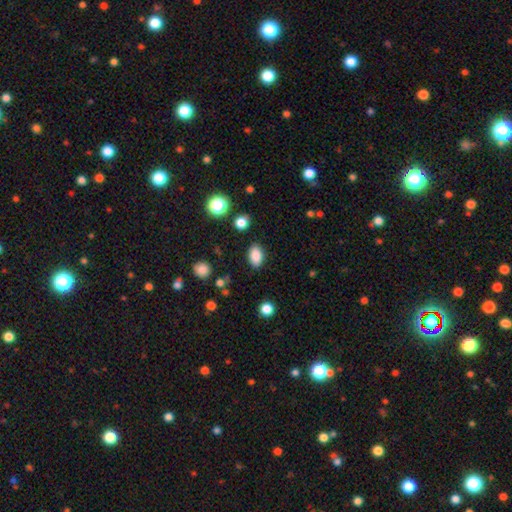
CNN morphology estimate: The model was most divided on "merging": none: 85%, minor disturbance: 10%, major disturbance: 3%, merger: 2%. More confident: how rounded — in between (88%); smooth or featured — smooth (86%).